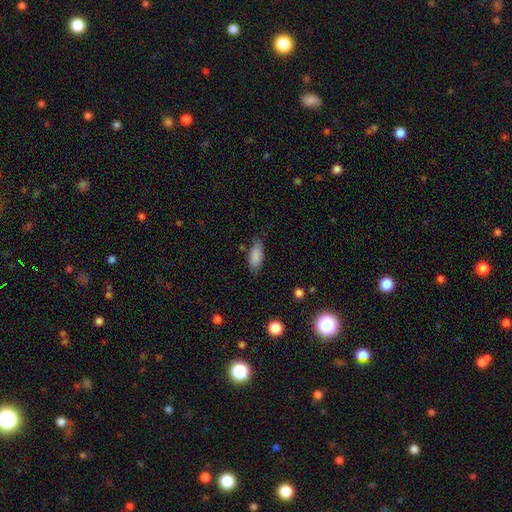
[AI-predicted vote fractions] Smooth or featured? smooth (87%)
How rounded? in between (81%)
Merging? none (78%)